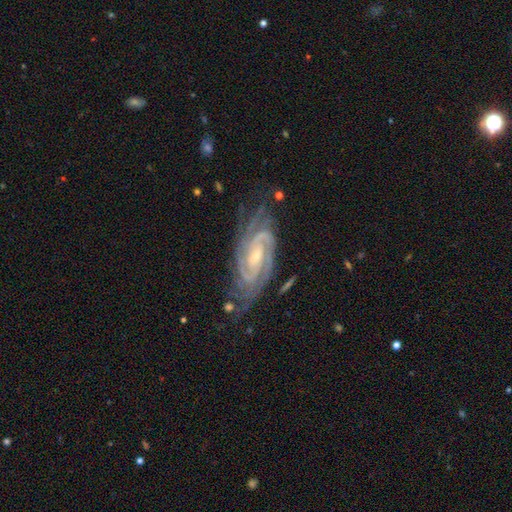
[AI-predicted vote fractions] Smooth or featured?
  - featured or disk: 92% *
  - star or artifact: 5%
  - smooth: 3%
Edge-on disk?
  - no: 96% *
  - yes: 4%
Bar?
  - weak: 42% *
  - no: 39%
  - strong: 19%
Spiral arms?
  - yes: 99% *
  - no: 1%
Spiral winding?
  - tight: 72% *
  - medium: 25%
  - loose: 3%
Spiral arm count?
  - 2: 50% *
  - 3: 22%
  - can't tell: 10%
  - 4: 10%
  - more than 4: 5%
  - 1: 4%
Bulge size?
  - small: 62% *
  - moderate: 33%
  - none: 3%
  - large: 1%
  - dominant: 1%
Merging?
  - none: 70% *
  - minor disturbance: 21%
  - major disturbance: 7%
  - merger: 2%